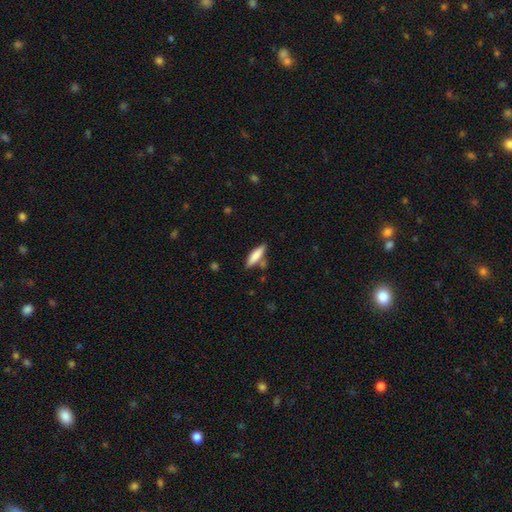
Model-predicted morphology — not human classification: The model was most divided on "how rounded": cigar-shaped: 64%, in between: 34%, round: 2%. More confident: smooth or featured — smooth (77%); merging — none (74%).